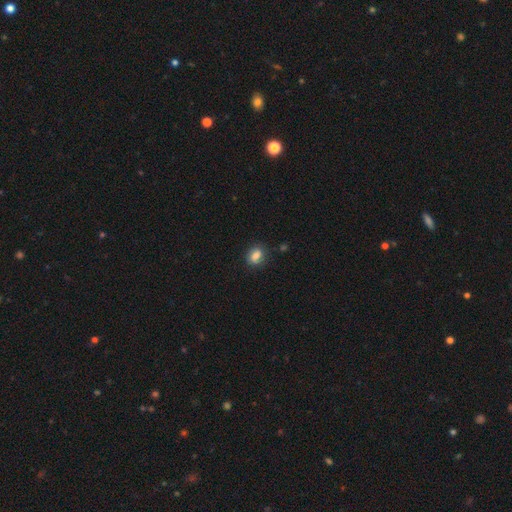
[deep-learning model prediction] The model was most divided on "how rounded": in between: 72%, round: 25%, cigar-shaped: 3%. More confident: smooth or featured — smooth (83%); merging — none (77%).